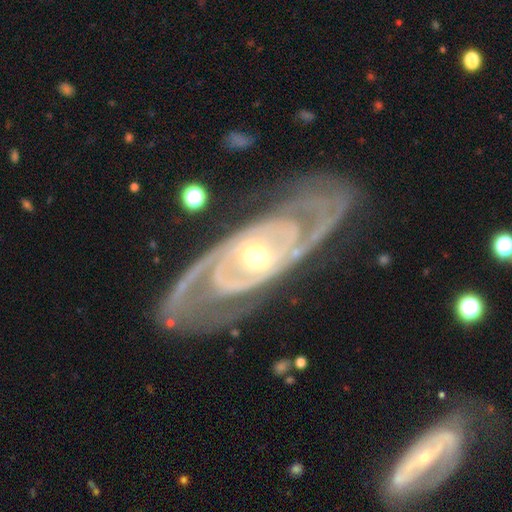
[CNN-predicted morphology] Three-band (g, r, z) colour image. It shows a featured or disk galaxy (91%) with no bar (54%), 2 (68%) tight (59%) spiral arms (96%) and a moderate central bulge (54%). Merging: none (78%).